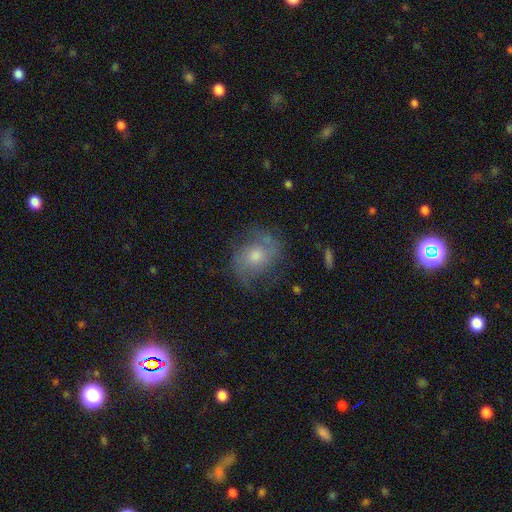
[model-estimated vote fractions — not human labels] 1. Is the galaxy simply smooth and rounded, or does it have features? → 59% featured or disk, 29% smooth, 12% star or artifact.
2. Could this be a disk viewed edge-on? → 96% no, 4% yes.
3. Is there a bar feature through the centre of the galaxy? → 73% no, 22% weak, 4% strong.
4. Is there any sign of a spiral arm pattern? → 82% yes, 18% no.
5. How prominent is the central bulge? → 58% moderate, 27% small, 10% large, 3% none, 2% dominant.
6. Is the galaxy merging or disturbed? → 66% none, 21% minor disturbance, 12% major disturbance, 2% merger.